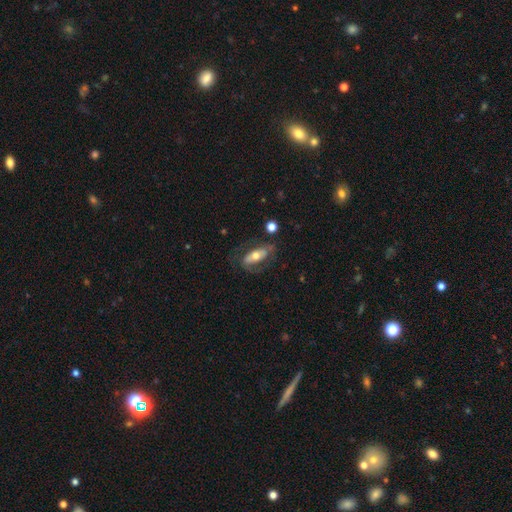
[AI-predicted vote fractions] Smooth or featured?
  - featured or disk: 51% *
  - smooth: 42%
  - star or artifact: 7%
Edge-on disk?
  - no: 80% *
  - yes: 20%
Merging?
  - none: 61% *
  - minor disturbance: 20%
  - major disturbance: 15%
  - merger: 3%